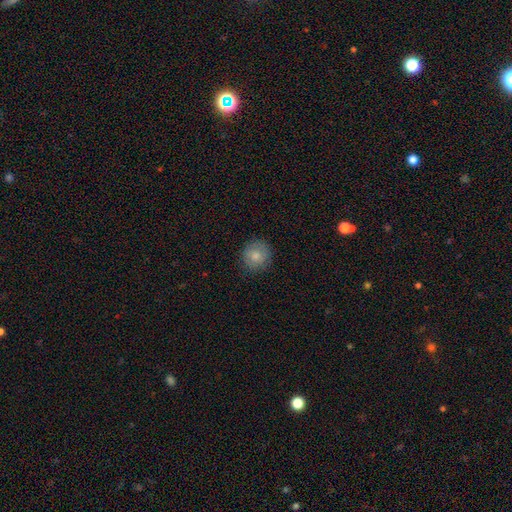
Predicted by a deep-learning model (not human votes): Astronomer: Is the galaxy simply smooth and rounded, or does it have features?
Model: smooth — 79%.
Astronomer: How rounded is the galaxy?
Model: round — 90%.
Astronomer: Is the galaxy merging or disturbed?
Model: none — 85%.